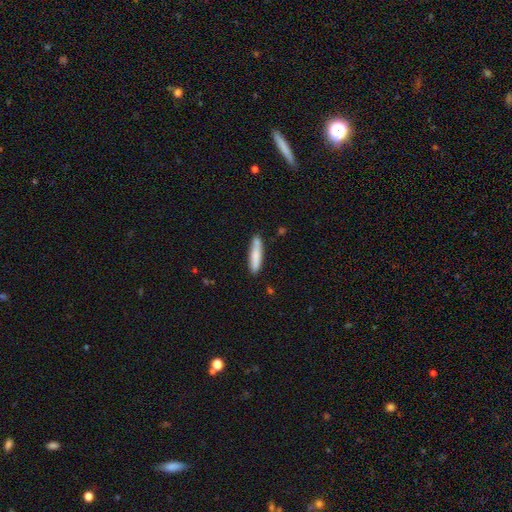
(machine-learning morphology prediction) smooth-or-featured: smooth: 80% | featured or disk: 15% | star or artifact: 6%
  how-rounded: cigar-shaped: 85% | in between: 14% | round: 1%
  merging: none: 80% | minor disturbance: 14% | merger: 4% | major disturbance: 2%